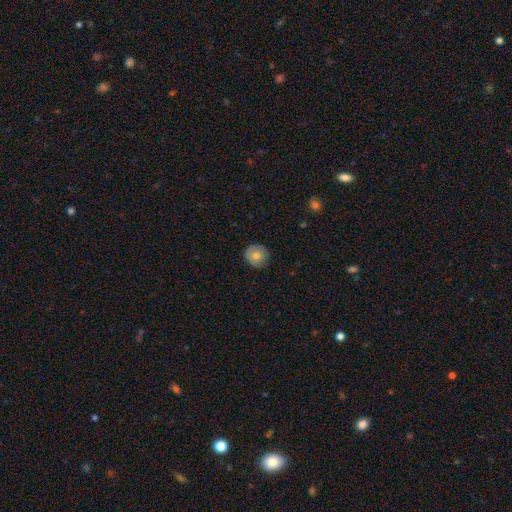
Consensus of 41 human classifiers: A smooth galaxy with no disk features (73%) that is round (90%). Merging: none (76%).